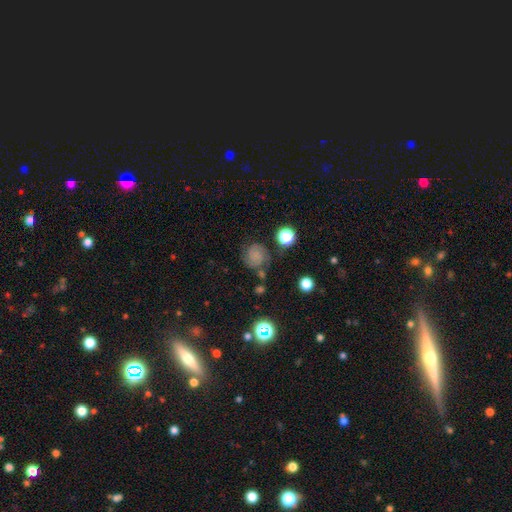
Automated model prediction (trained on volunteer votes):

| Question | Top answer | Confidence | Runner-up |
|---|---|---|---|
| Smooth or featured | smooth | 44% | featured or disk (42%) |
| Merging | none | 64% | minor disturbance (20%) |